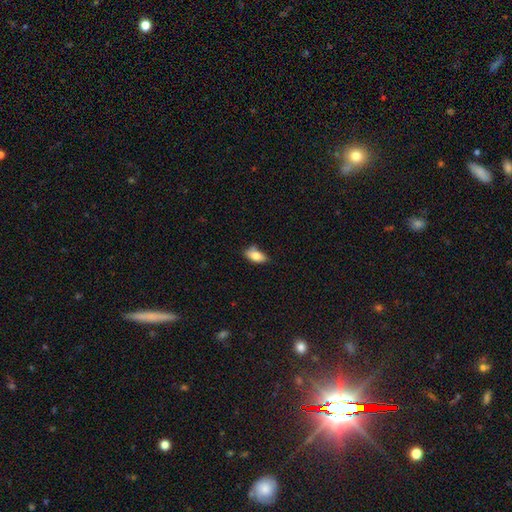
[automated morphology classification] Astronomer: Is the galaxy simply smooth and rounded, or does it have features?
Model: smooth — 81%.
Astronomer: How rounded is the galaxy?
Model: in between — 89%.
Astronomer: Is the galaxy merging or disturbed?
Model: none — 66%.